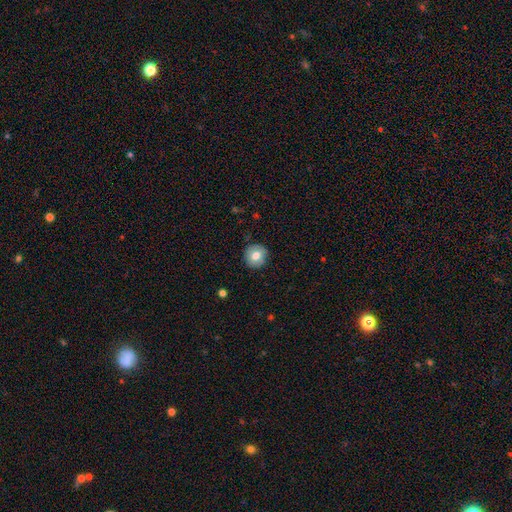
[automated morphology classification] A smooth galaxy with no disk features (76%) that is round (92%). Merging: none (87%).